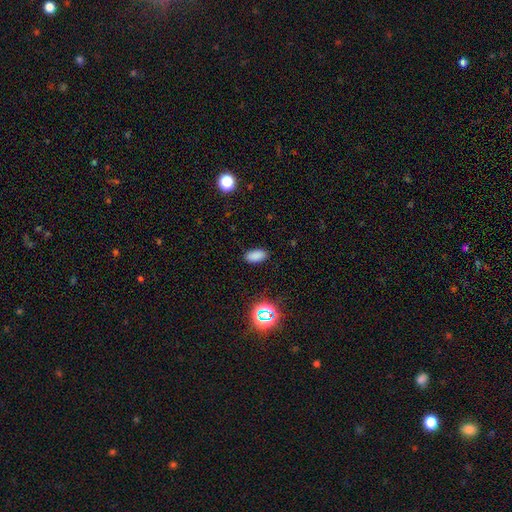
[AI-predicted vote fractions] Overall: smooth (81%). How rounded: in between (91%). Merging: none (87%).